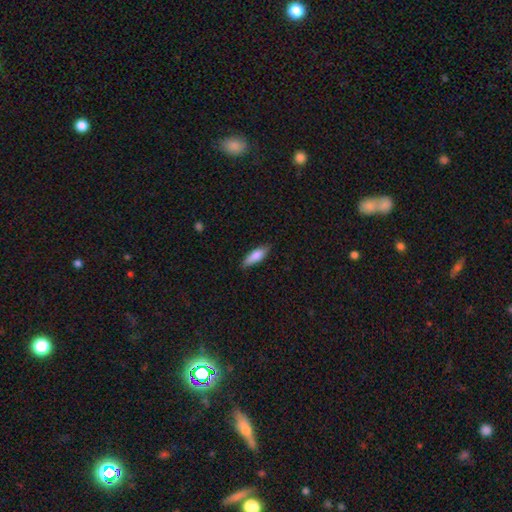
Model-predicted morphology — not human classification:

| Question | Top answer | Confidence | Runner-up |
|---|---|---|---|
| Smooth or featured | smooth | 81% | featured or disk (13%) |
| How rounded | in between | 51% | cigar-shaped (47%) |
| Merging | none | 80% | minor disturbance (16%) |